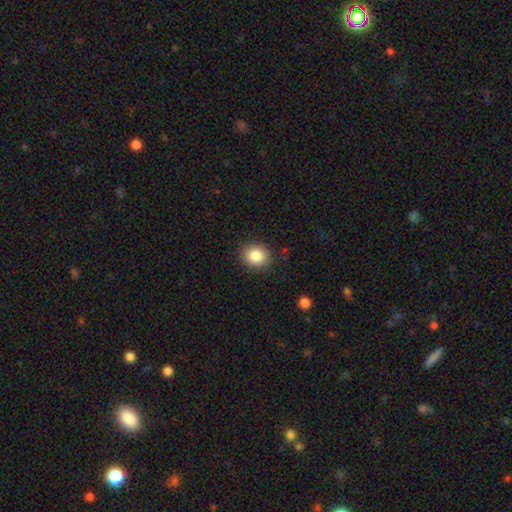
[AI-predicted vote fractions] smooth 85%, star or artifact 9%, featured or disk 6%. Down the decision tree: how rounded — round (72%); merging — none (89%).